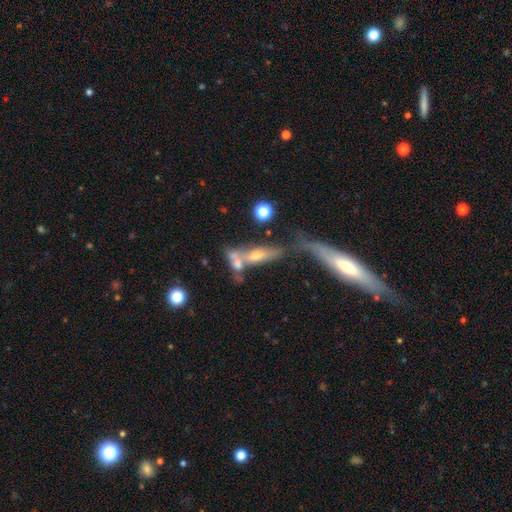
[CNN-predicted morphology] This appears to be a featured or disk galaxy (54%) viewed edge-on (67%). Merging: merger (42%).